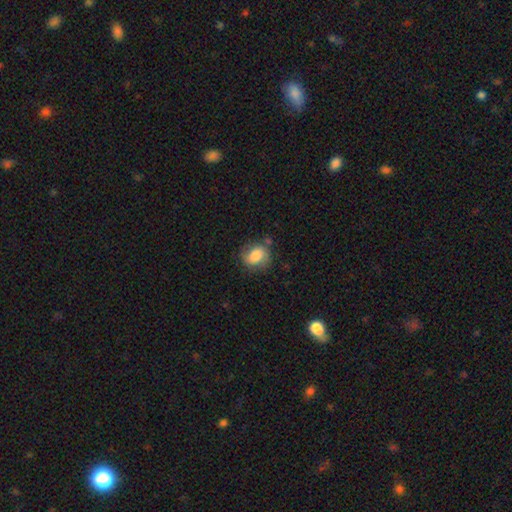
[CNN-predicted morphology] Smooth or featured? Predicted: smooth (p=0.78). How rounded? Predicted: in between (p=0.53). Merging? Predicted: none (p=0.65).